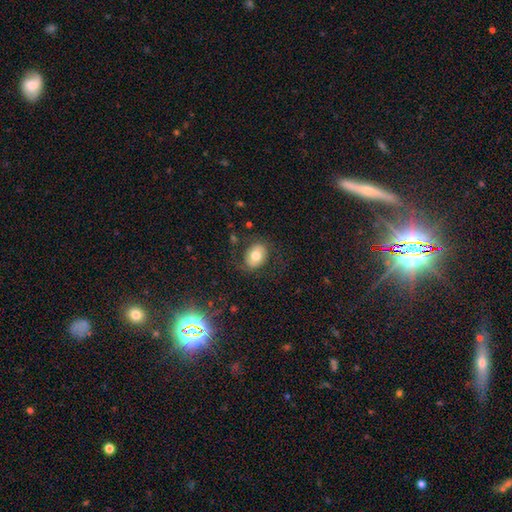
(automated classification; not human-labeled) This appears to be a smooth galaxy with no disk features (68%) that is in between round and cigar-shaped (63%). Merging: none (75%).